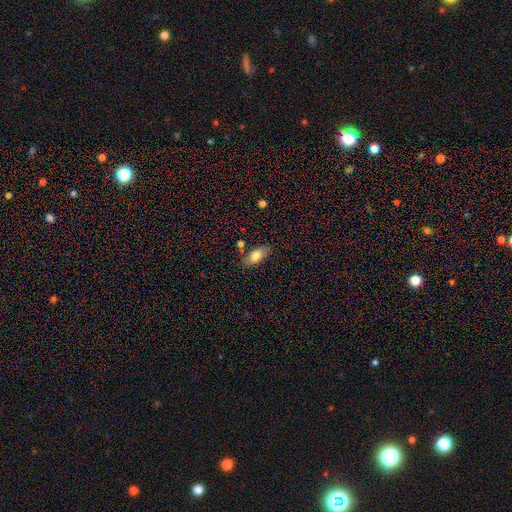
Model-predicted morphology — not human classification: Smooth or featured? Predicted: smooth (p=0.81). How rounded? Predicted: in between (p=0.89). Merging? Predicted: none (p=0.76).